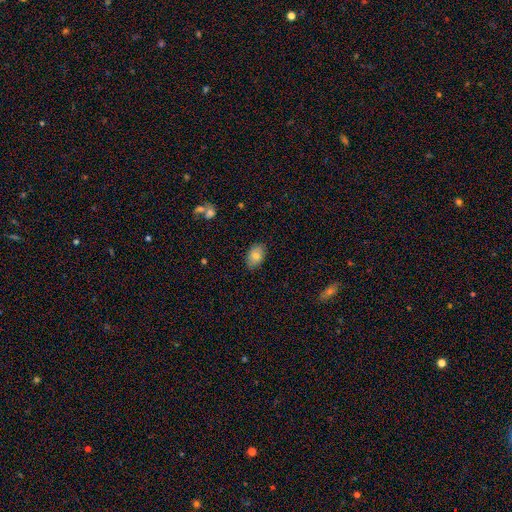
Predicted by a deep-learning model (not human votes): This appears to be a smooth galaxy with no disk features (80%) that is in between round and cigar-shaped (85%). Merging: none (84%).